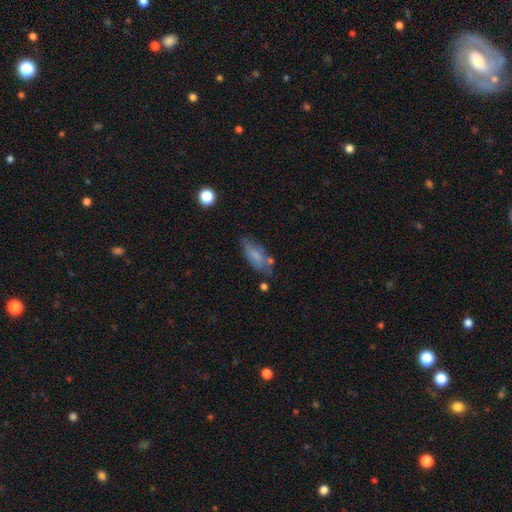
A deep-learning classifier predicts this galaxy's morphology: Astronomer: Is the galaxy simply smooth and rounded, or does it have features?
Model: smooth — 64%.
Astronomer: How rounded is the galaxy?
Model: in between — 76%.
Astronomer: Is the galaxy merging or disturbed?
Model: none — 55%.